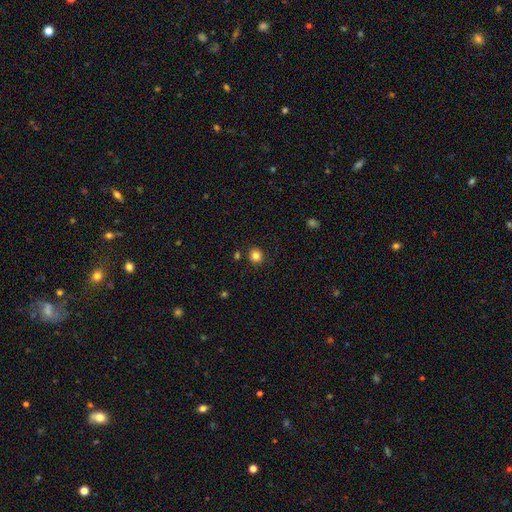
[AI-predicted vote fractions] smooth 82%, star or artifact 12%, featured or disk 5%. Down the decision tree: how rounded — round (85%); merging — none (86%).